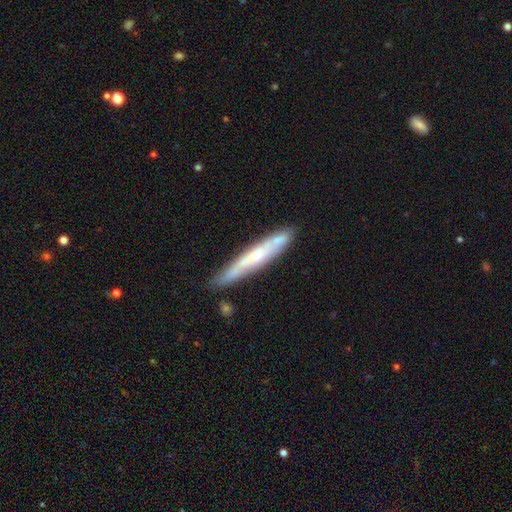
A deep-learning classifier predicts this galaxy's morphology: Smooth or featured: featured or disk — 51% (smooth — 43%)
Edge-on disk: yes — 81% (no — 19%)
Merging: none — 75% (minor disturbance — 16%)